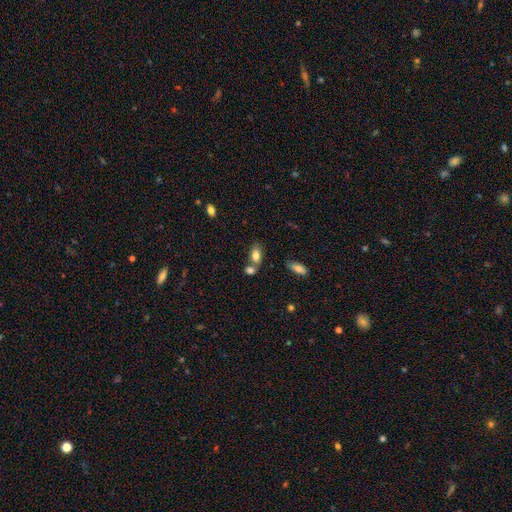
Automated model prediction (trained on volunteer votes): Overall: smooth (79%). How rounded: in between (87%). Merging: none (52%; merger 31%).